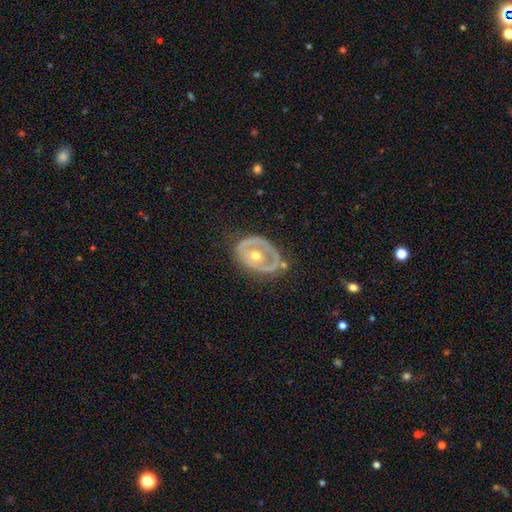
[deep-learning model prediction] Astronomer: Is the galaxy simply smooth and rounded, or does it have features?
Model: featured or disk — 68%.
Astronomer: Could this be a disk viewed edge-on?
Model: no — 94%.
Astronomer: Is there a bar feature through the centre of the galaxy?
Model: no — 80%.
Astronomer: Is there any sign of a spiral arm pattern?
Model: no — 78%.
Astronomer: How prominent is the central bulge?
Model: moderate — 70%.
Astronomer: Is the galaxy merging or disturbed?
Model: none — 64%.